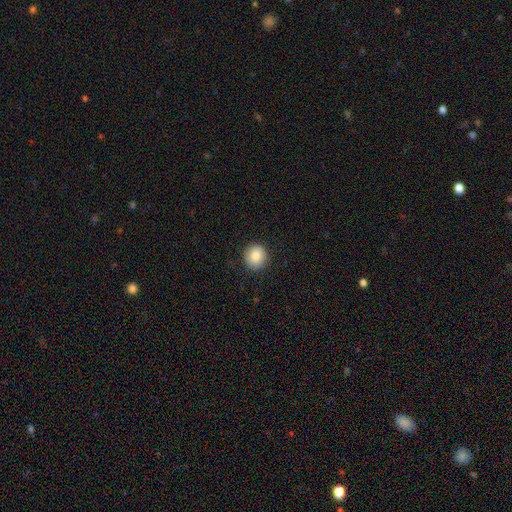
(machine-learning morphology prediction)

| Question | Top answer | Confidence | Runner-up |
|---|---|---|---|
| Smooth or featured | smooth | 86% | star or artifact (8%) |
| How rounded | round | 89% | in between (10%) |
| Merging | none | 89% | minor disturbance (8%) |